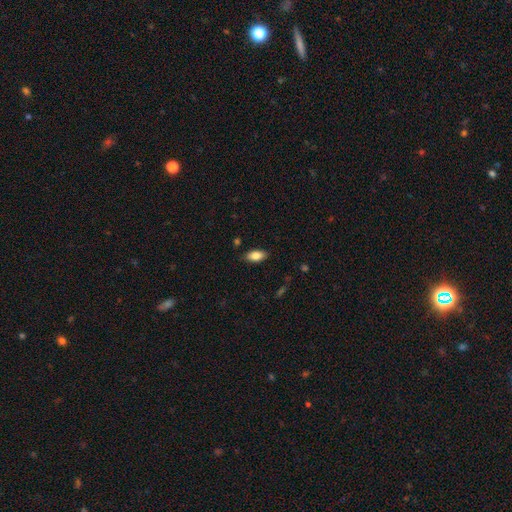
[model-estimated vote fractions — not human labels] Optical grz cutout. It shows a smooth galaxy with no disk features (83%) that is in between round and cigar-shaped (91%). Merging: none (85%).